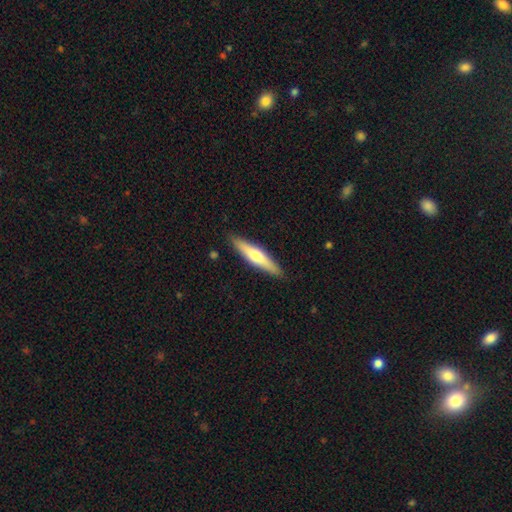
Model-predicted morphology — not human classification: A smooth galaxy with no disk features (53%) that is cigar-shaped (83%). Merging: none (89%).